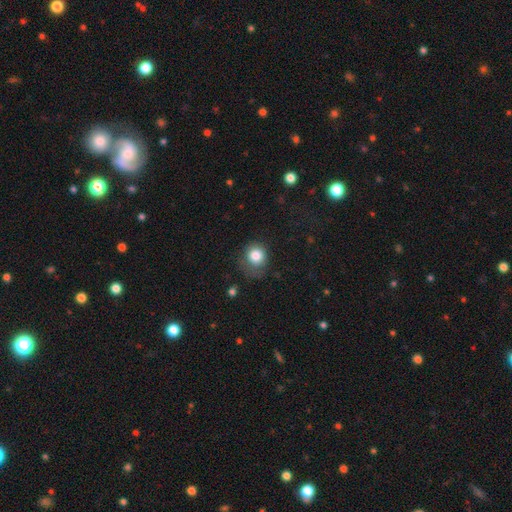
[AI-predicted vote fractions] Smooth or featured: smooth — 82% (star or artifact — 10%)
How rounded: round — 77% (in between — 22%)
Merging: none — 56% (minor disturbance — 28%)